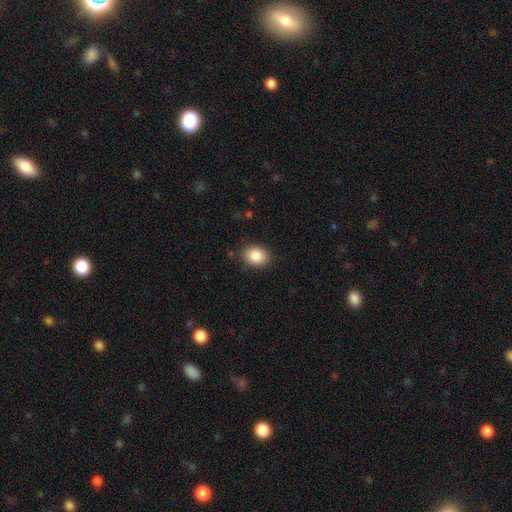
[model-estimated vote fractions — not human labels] A smooth galaxy with no disk features (87%) that is in between round and cigar-shaped (55%).

Vote fractions:
- Smooth or featured? smooth: 87% / star or artifact: 8% / featured or disk: 5%
- How rounded? in between: 55% / round: 44% / cigar-shaped: 1%
- Merging? none: 85% / minor disturbance: 11% / major disturbance: 3% / merger: 1%